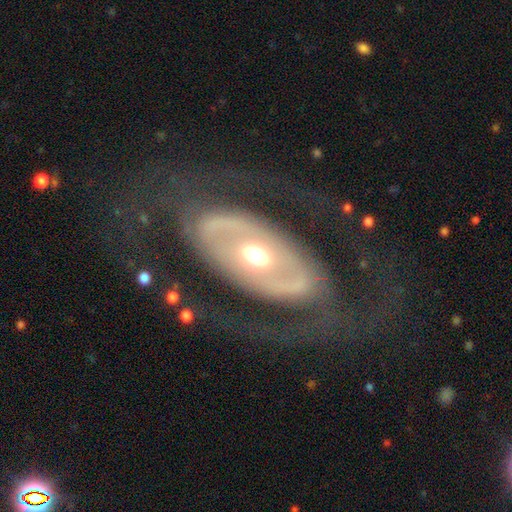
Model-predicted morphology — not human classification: Smooth or featured? featured or disk (76%)
Edge-on disk? no (91%)
Bar? no (65%)
Spiral arms? yes (53%)
Bulge size? moderate (70%)
Merging? none (70%)